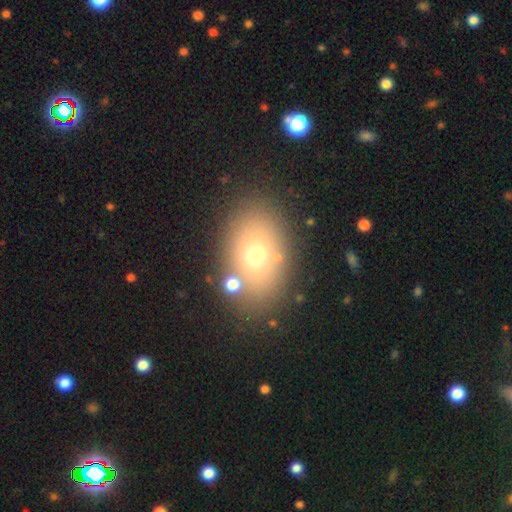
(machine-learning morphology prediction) Smooth or featured? Predicted: smooth (p=0.68). How rounded? Predicted: in between (p=0.75). Merging? Predicted: none (p=0.80).